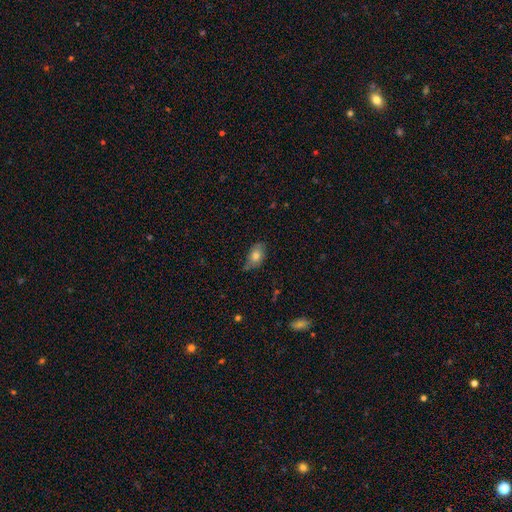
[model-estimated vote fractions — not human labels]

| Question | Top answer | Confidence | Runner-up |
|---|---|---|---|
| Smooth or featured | smooth | 72% | featured or disk (19%) |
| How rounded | in between | 86% | round (11%) |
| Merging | none | 61% | minor disturbance (30%) |